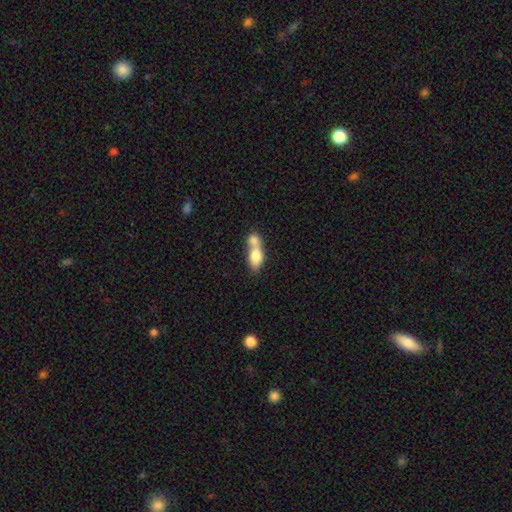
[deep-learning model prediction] smooth 73%, featured or disk 20%, star or artifact 7%. Down the decision tree: how rounded — in between (74%); merging — merger (72%).